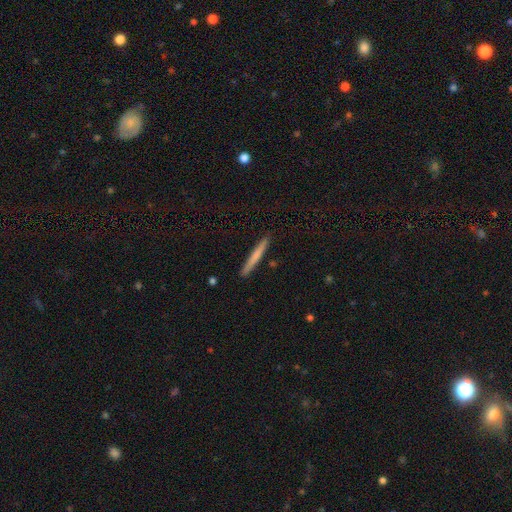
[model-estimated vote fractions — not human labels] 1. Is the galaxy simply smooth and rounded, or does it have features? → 67% smooth, 28% featured or disk, 5% star or artifact.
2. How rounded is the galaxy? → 97% cigar-shaped, 2% in between, 1% round.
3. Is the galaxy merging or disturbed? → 91% none, 6% minor disturbance, 1% major disturbance, 1% merger.